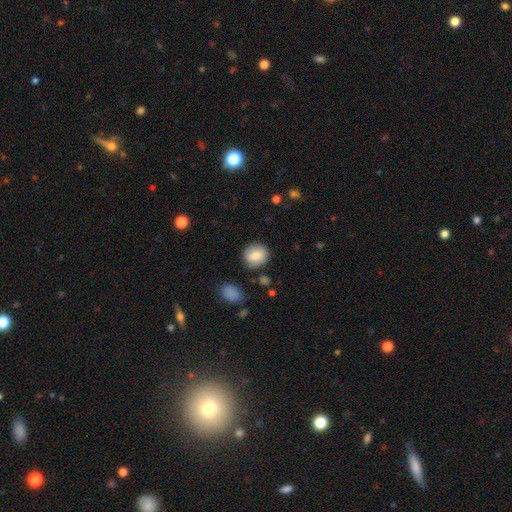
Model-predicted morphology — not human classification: Smooth or featured? Predicted: smooth (p=0.77). How rounded? Predicted: round (p=0.78). Merging? Predicted: none (p=0.83).